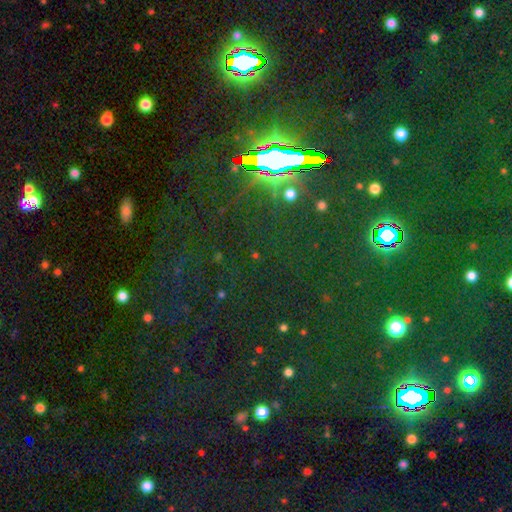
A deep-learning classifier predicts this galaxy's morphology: A star or artifact, not a galaxy (77%).